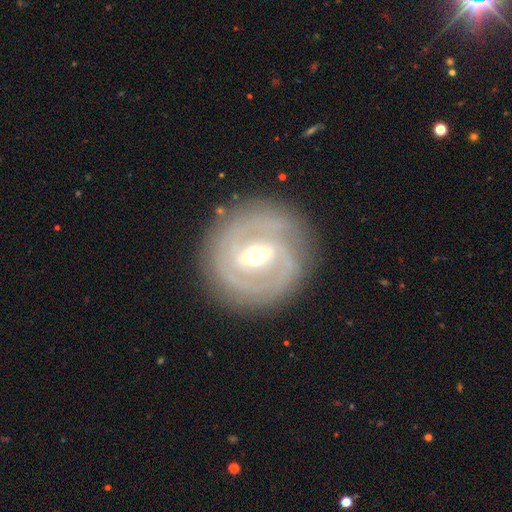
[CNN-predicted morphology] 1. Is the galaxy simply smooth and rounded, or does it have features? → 85% featured or disk, 10% smooth, 5% star or artifact.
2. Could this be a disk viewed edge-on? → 95% no, 5% yes.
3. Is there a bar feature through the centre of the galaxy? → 51% strong, 39% weak, 10% no.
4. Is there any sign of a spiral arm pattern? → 88% yes, 12% no.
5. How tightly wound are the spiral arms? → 64% tight, 27% medium, 9% loose.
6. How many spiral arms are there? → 53% 2, 20% can't tell, 14% 3, 5% 1, 4% 4, 3% more than 4.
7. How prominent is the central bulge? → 72% moderate, 14% small, 12% large, 1% dominant, 1% none.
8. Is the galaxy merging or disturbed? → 82% none, 12% minor disturbance, 5% major disturbance, 1% merger.